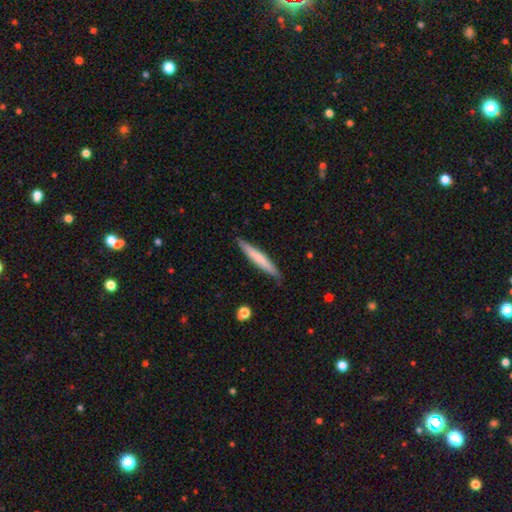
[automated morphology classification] type=smooth (63%); roundness=cigar-shaped (96%); merging=none (89%).